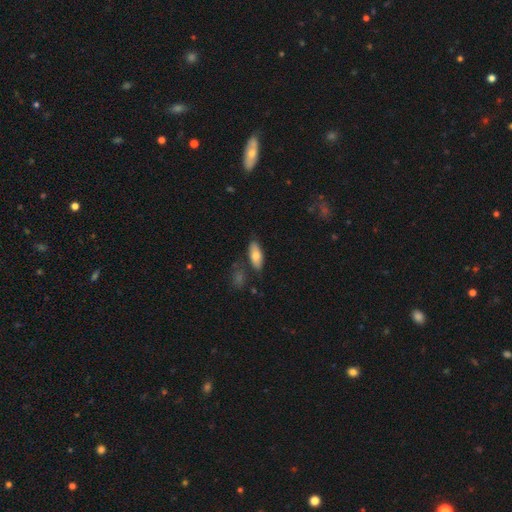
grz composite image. It shows a smooth galaxy with no disk features (74%) that is in between round and cigar-shaped (66%). Merging: none (75%).